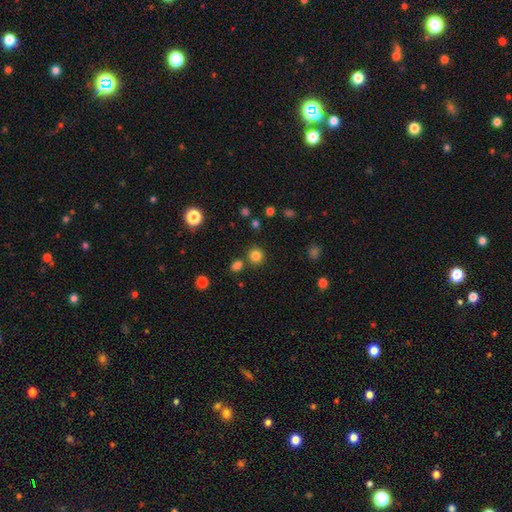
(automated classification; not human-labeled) The model was most divided on "smooth or featured": smooth: 82%, star or artifact: 14%, featured or disk: 4%. More confident: how rounded — round (91%); merging — none (81%).